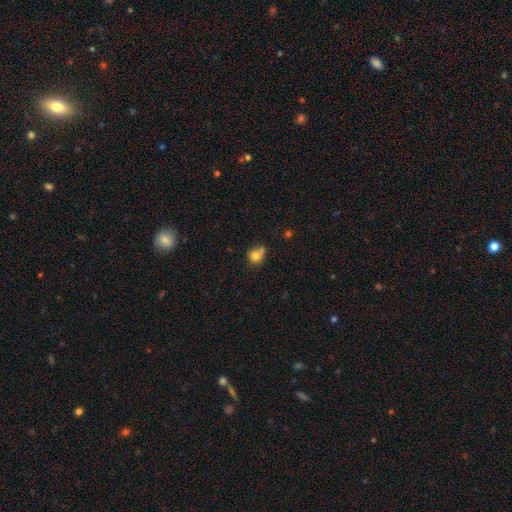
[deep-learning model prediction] smooth 77%, star or artifact 12%, featured or disk 11%. Down the decision tree: how rounded — round (74%); merging — none (43%).